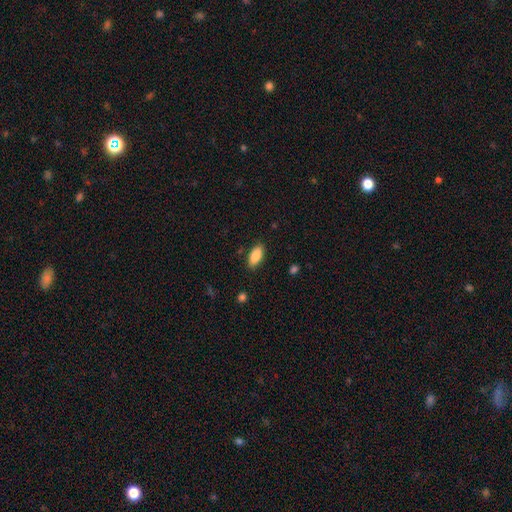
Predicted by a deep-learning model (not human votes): Q: Smooth or featured?
A: smooth (86%); runner-up: featured or disk (7%)
Q: How rounded?
A: in between (89%); runner-up: cigar-shaped (9%)
Q: Merging?
A: none (86%); runner-up: minor disturbance (10%)